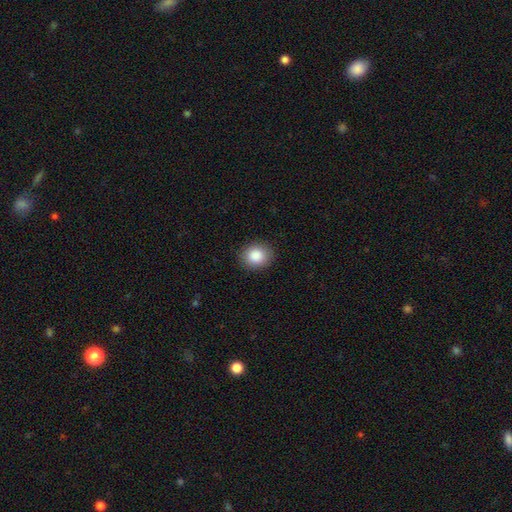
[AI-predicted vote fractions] Smooth or featured? Predicted: smooth (p=0.87). How rounded? Predicted: round (p=0.64). Merging? Predicted: none (p=0.89).